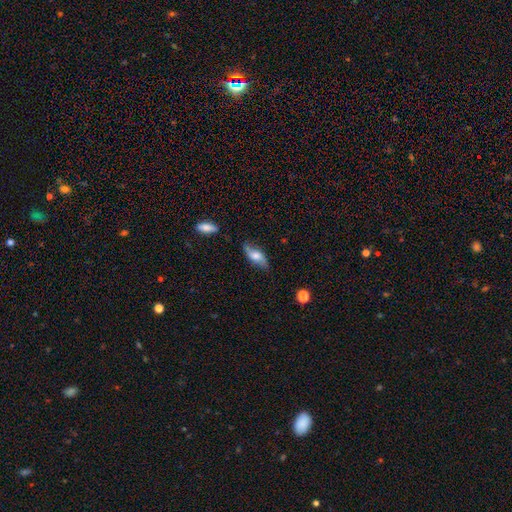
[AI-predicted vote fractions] Smooth or featured: smooth — 53% (featured or disk — 40%)
How rounded: in between — 77% (cigar-shaped — 19%)
Merging: none — 72% (minor disturbance — 21%)